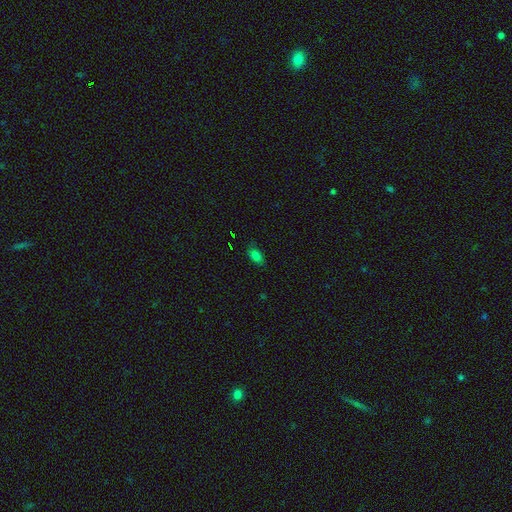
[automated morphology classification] smooth_or_featured: smooth (p=0.77) [alt: star or artifact p=0.16]
how_rounded: in between (p=0.88) [alt: round p=0.08]
merging: none (p=0.80) [alt: minor disturbance p=0.16]